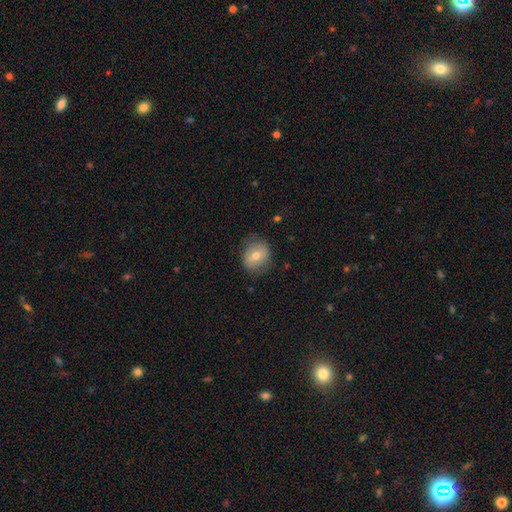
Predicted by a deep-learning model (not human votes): Smooth or featured: smooth — 65% (featured or disk — 26%)
How rounded: round — 64% (in between — 35%)
Merging: none — 78% (minor disturbance — 17%)